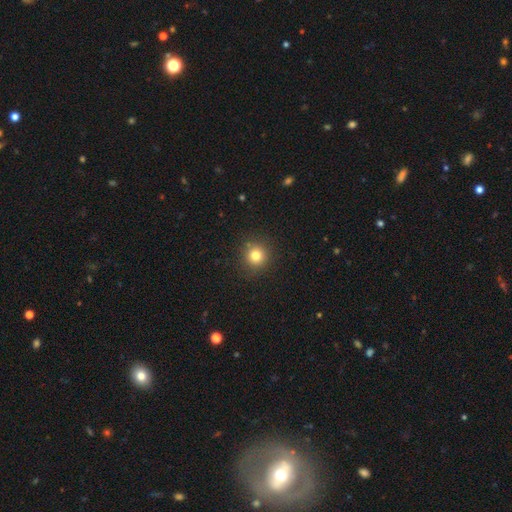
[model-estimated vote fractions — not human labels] Smooth or featured? Predicted: smooth (p=0.80). How rounded? Predicted: round (p=0.93). Merging? Predicted: none (p=0.88).